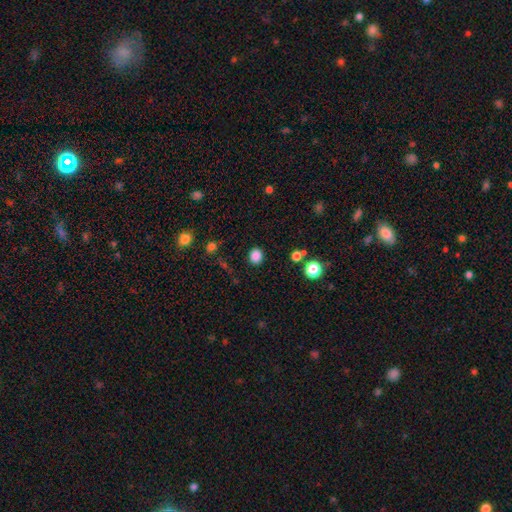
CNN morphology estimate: Q: Smooth or featured?
A: smooth (84%); runner-up: star or artifact (12%)
Q: How rounded?
A: round (71%); runner-up: in between (28%)
Q: Merging?
A: none (88%); runner-up: minor disturbance (8%)